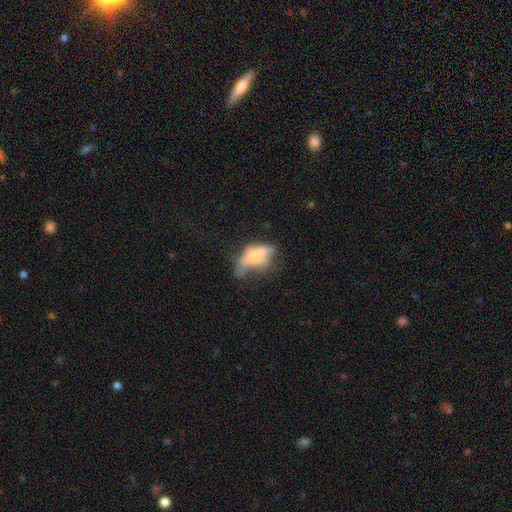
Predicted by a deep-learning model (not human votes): Smooth or featured: smooth — 55% (featured or disk — 33%)
How rounded: in between — 75% (cigar-shaped — 19%)
Merging: major disturbance — 40% (minor disturbance — 27%)